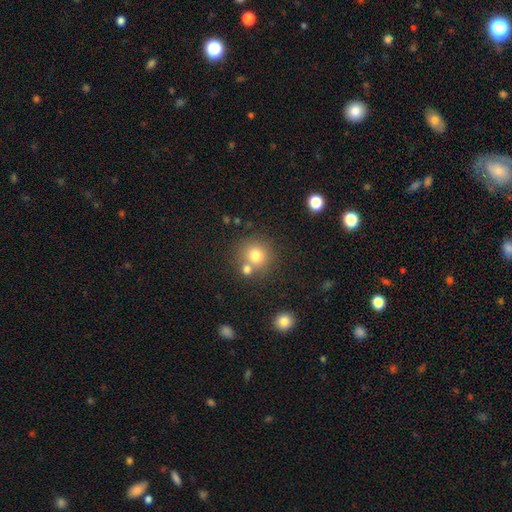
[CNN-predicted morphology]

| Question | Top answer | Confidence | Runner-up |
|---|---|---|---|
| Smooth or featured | smooth | 76% | star or artifact (13%) |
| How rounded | round | 87% | in between (12%) |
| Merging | none | 62% | merger (25%) |